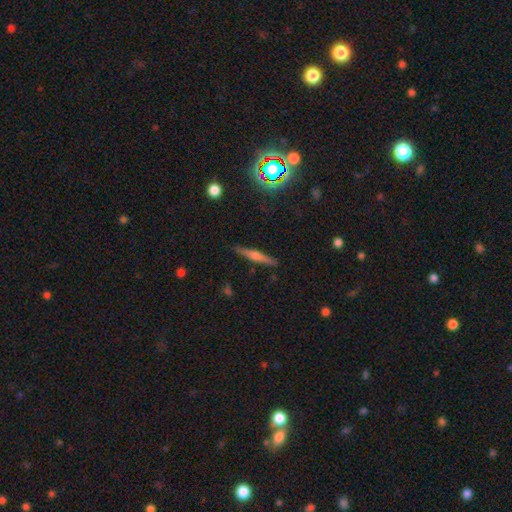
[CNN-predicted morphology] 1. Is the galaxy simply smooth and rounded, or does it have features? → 61% featured or disk, 28% smooth, 11% star or artifact.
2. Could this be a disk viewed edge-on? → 97% yes, 3% no.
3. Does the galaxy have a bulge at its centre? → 76% rounded, 13% boxy, 10% none.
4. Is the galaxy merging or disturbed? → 90% none, 7% minor disturbance, 2% major disturbance, 1% merger.